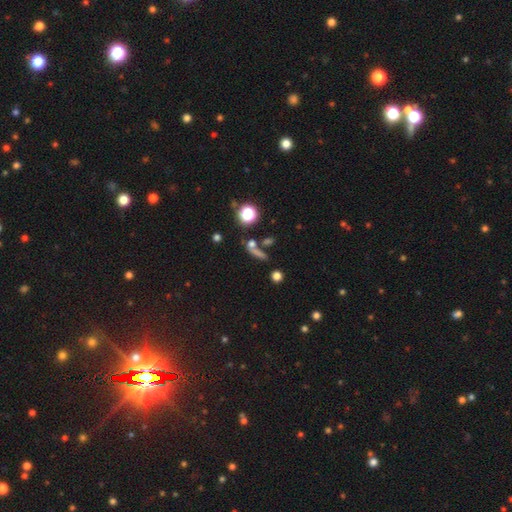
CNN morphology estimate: Overall: smooth (59%; star or artifact 21%). How rounded: cigar-shaped (47%; round 30%). Merging: none (54%; merger 22%).